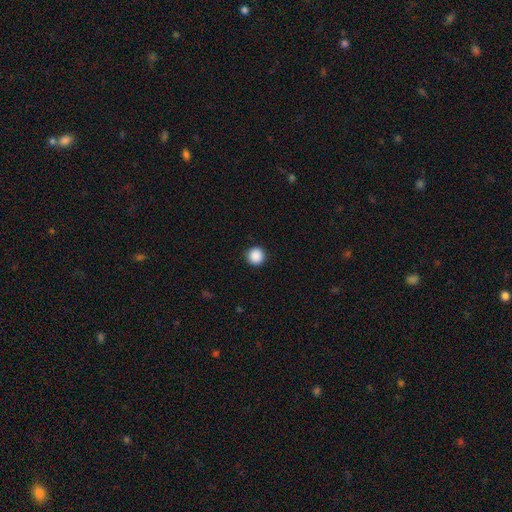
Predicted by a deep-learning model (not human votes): smooth-or-featured: smooth: 89% | star or artifact: 9% | featured or disk: 2%
  how-rounded: round: 96% | in between: 3% | cigar-shaped: 1%
  merging: none: 93% | minor disturbance: 5% | major disturbance: 2% | merger: 1%